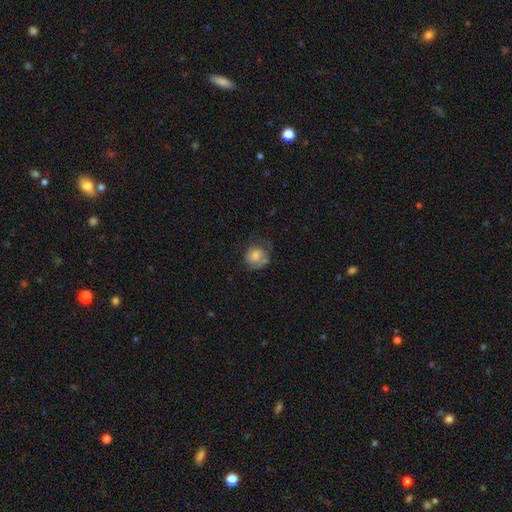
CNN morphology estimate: A smooth galaxy with no disk features (68%) that is round (72%).

Vote fractions:
- Smooth or featured? smooth: 68% / featured or disk: 23% / star or artifact: 9%
- How rounded? round: 72% / in between: 27% / cigar-shaped: 1%
- Merging? none: 49% / minor disturbance: 29% / major disturbance: 20% / merger: 3%